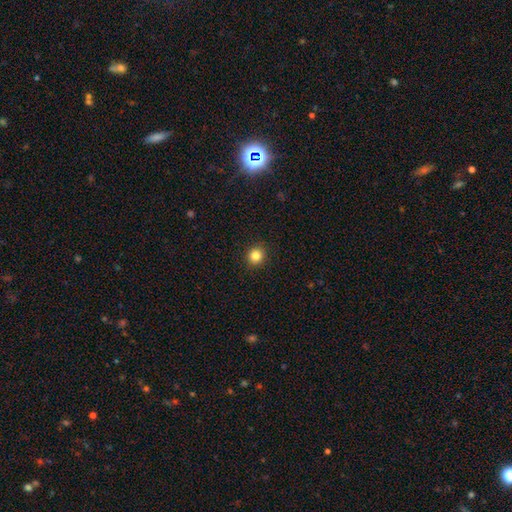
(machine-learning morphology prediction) smooth_or_featured: smooth (p=0.83) [alt: star or artifact p=0.12]
how_rounded: round (p=0.90) [alt: in between p=0.09]
merging: none (p=0.92) [alt: minor disturbance p=0.05]